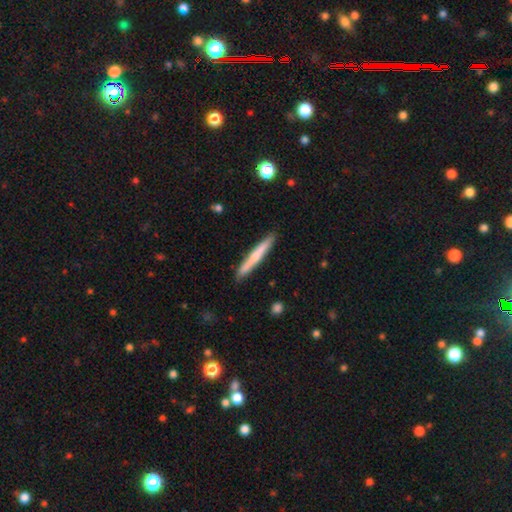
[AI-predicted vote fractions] Smooth or featured? Predicted: smooth (p=0.54). How rounded? Predicted: cigar-shaped (p=0.96). Merging? Predicted: none (p=0.90).